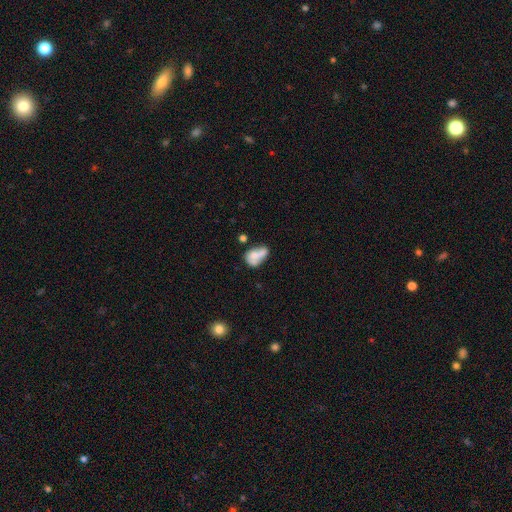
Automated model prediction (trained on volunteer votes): Smooth or featured? Predicted: smooth (p=0.59). How rounded? Predicted: in between (p=0.79). Merging? Predicted: merger (p=0.41).